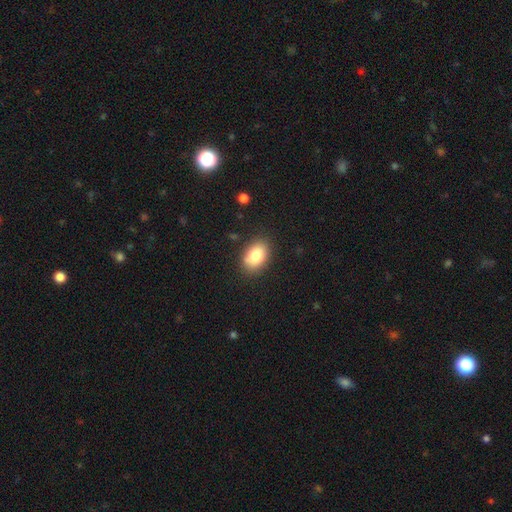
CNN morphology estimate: Smooth or featured: smooth — 83% (featured or disk — 10%)
How rounded: in between — 83% (round — 16%)
Merging: none — 84% (minor disturbance — 11%)